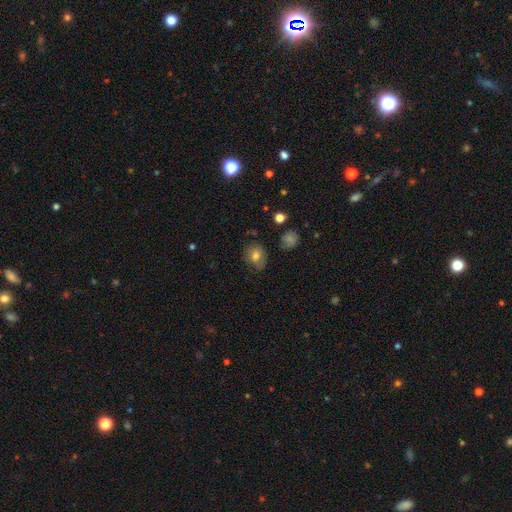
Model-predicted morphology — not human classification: Smooth or featured?
  - smooth: 70% *
  - featured or disk: 19%
  - star or artifact: 11%
How rounded?
  - round: 53% *
  - in between: 46%
  - cigar-shaped: 1%
Merging?
  - none: 71% *
  - minor disturbance: 20%
  - major disturbance: 6%
  - merger: 2%